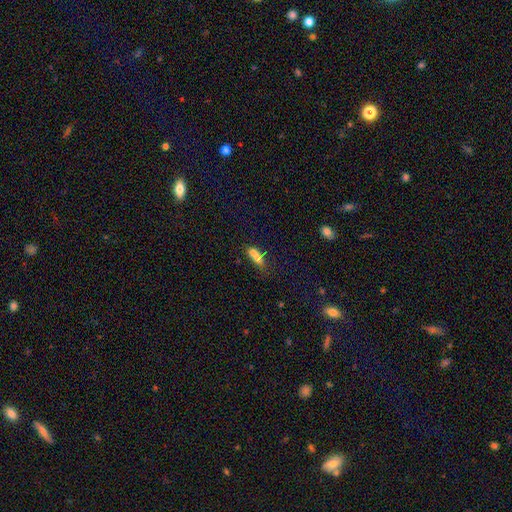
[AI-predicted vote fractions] A smooth galaxy with no disk features (64%) that is in between round and cigar-shaped (54%). Merging: merger (56%).